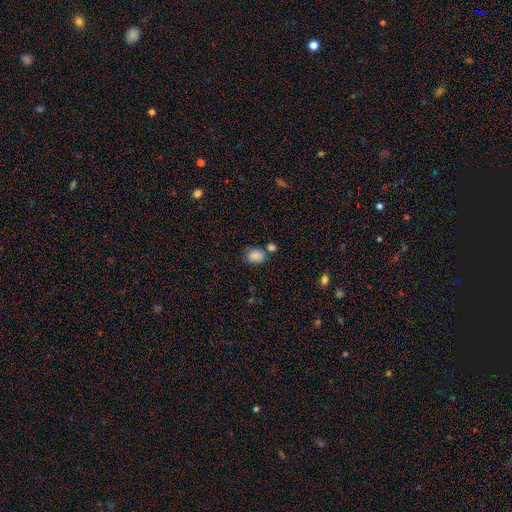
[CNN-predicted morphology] Smooth or featured? Predicted: smooth (p=0.84). How rounded? Predicted: in between (p=0.60). Merging? Predicted: none (p=0.56).